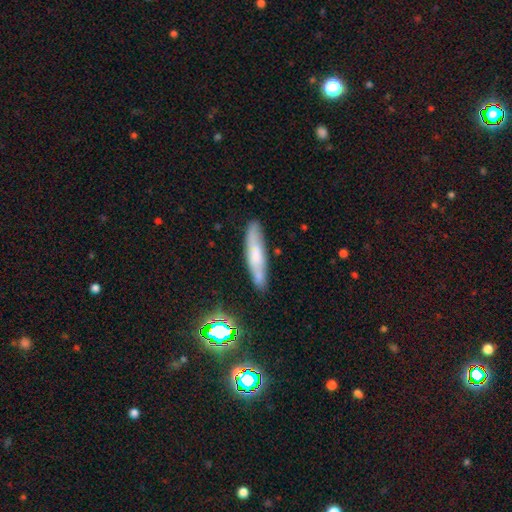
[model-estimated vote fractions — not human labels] A smooth galaxy with no disk features (55%) that is cigar-shaped (86%).

Vote fractions:
- Smooth or featured? smooth: 55% / featured or disk: 34% / star or artifact: 11%
- How rounded? cigar-shaped: 86% / in between: 13% / round: 2%
- Merging? none: 78% / minor disturbance: 15% / merger: 3% / major disturbance: 3%